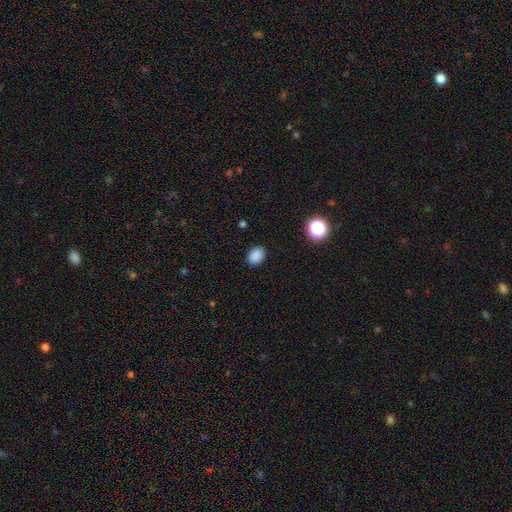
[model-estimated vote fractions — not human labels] Smooth or featured: smooth — 86% (star or artifact — 11%)
How rounded: in between — 60% (round — 39%)
Merging: none — 88% (minor disturbance — 8%)